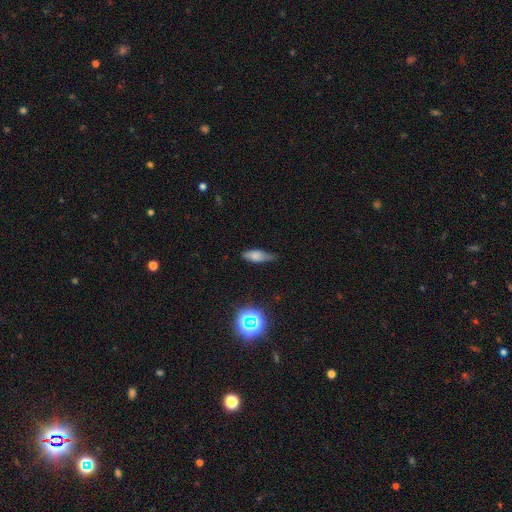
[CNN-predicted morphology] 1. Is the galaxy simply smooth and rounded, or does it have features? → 72% smooth, 15% featured or disk, 13% star or artifact.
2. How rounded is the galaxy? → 69% in between, 27% cigar-shaped, 4% round.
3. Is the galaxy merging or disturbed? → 55% none, 36% minor disturbance, 7% major disturbance, 2% merger.